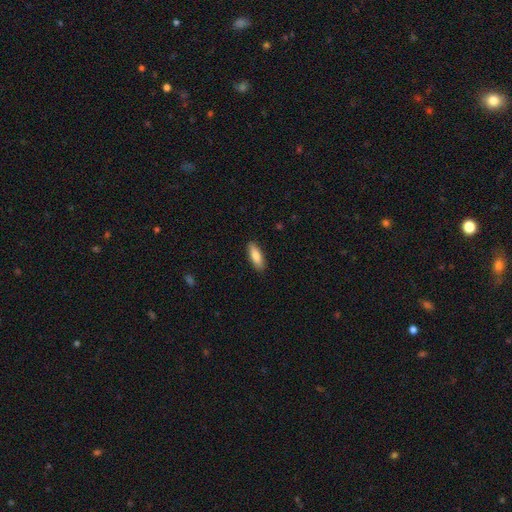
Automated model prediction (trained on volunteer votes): Morphology: type=smooth (80%); roundness=in between (57%); merging=none (89%).